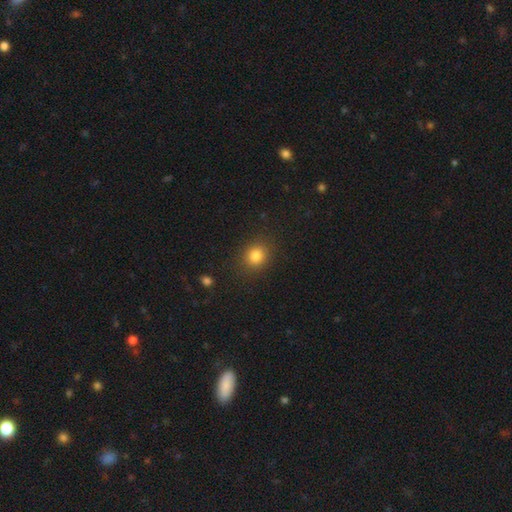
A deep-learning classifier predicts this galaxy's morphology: smooth_or_featured: smooth (p=0.82) [alt: star or artifact p=0.12]
how_rounded: round (p=0.74) [alt: in between p=0.25]
merging: none (p=0.86) [alt: minor disturbance p=0.09]